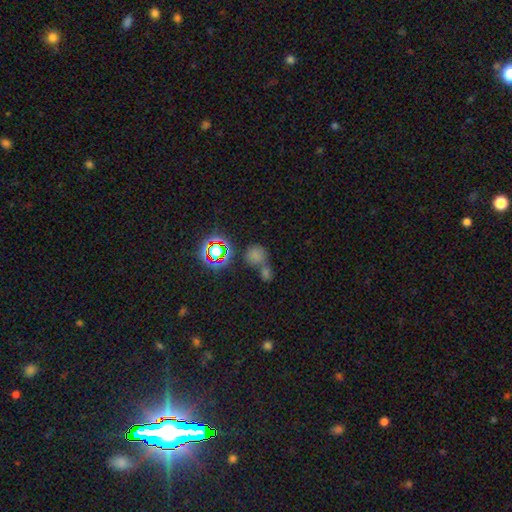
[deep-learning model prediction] This appears to be a smooth galaxy with no disk features (64%) that is round (77%). Merging: merger (50%).